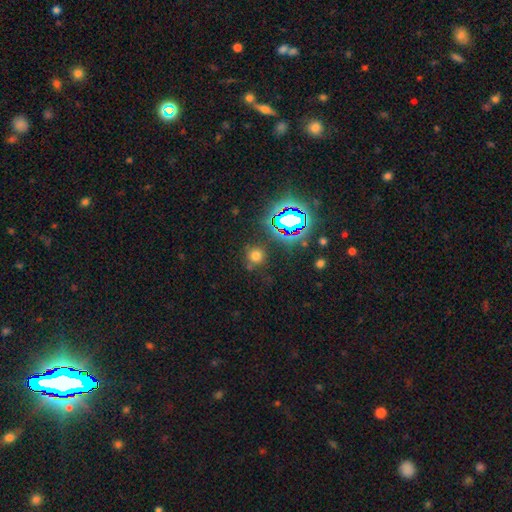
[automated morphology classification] Q: Smooth or featured?
A: smooth (62%); runner-up: star or artifact (30%)
Q: How rounded?
A: round (90%); runner-up: in between (9%)
Q: Merging?
A: none (79%); runner-up: minor disturbance (11%)